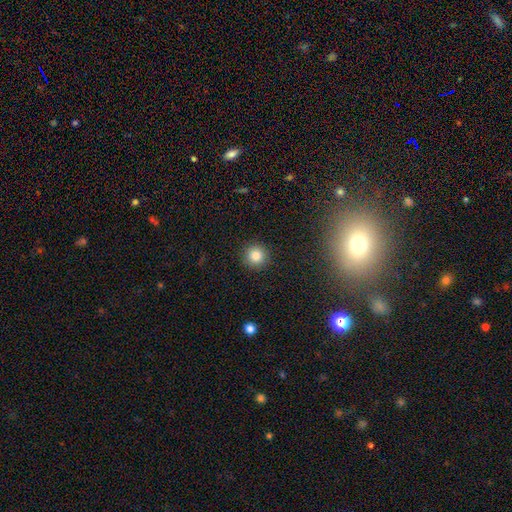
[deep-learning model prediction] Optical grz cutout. It shows a smooth galaxy with no disk features (83%) that is round (95%). Merging: none (92%).